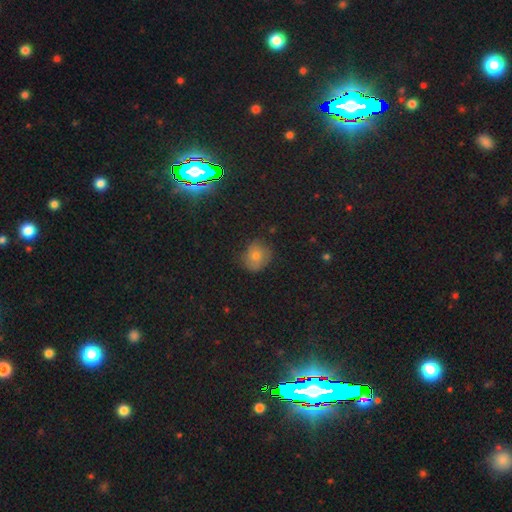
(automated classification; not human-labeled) A smooth galaxy with no disk features (62%) that is round (79%).

Vote fractions:
- Smooth or featured? smooth: 62% / star or artifact: 22% / featured or disk: 15%
- How rounded? round: 79% / in between: 20% / cigar-shaped: 1%
- Merging? none: 76% / minor disturbance: 17% / major disturbance: 5% / merger: 1%